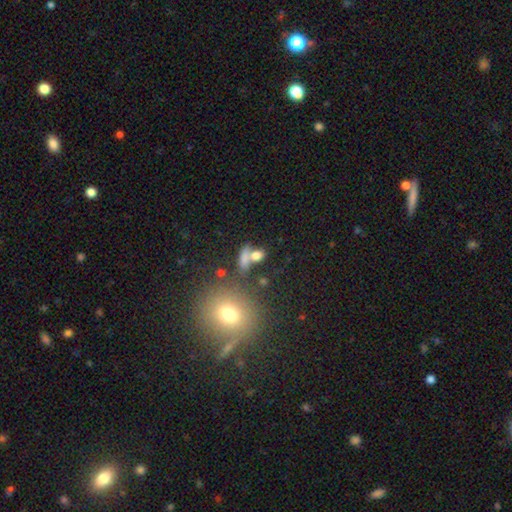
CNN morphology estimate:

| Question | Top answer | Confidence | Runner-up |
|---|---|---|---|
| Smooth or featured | smooth | 67% | star or artifact (18%) |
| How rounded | in between | 51% | round (36%) |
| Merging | none | 48% | merger (33%) |